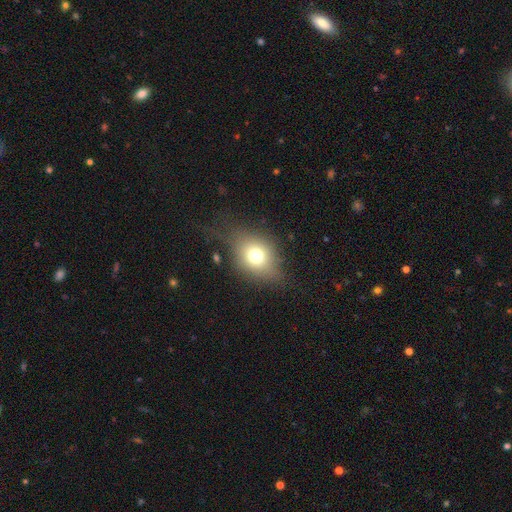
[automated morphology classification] smooth_or_featured: smooth (p=0.69) [alt: featured or disk p=0.19]
how_rounded: round (p=0.52) [alt: in between p=0.47]
merging: none (p=0.56) [alt: minor disturbance p=0.25]